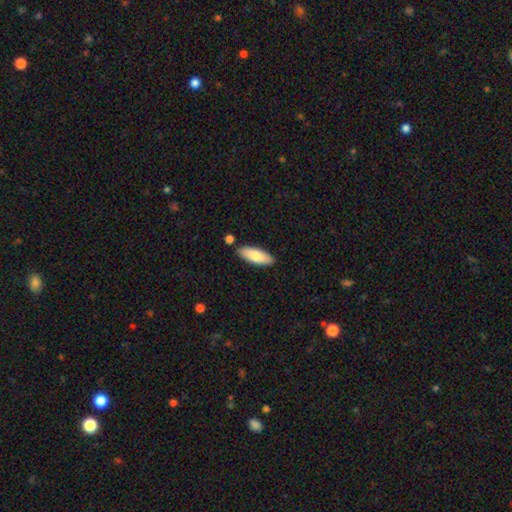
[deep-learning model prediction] This appears to be a smooth galaxy with no disk features (80%) that is in between round and cigar-shaped (68%). Merging: none (85%).